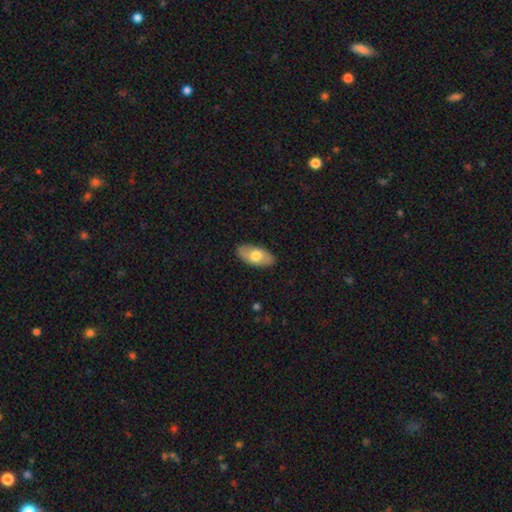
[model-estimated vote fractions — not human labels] Smooth or featured?
  - smooth: 67% *
  - featured or disk: 27%
  - star or artifact: 6%
How rounded?
  - in between: 93% *
  - cigar-shaped: 4%
  - round: 3%
Merging?
  - none: 87% *
  - minor disturbance: 10%
  - major disturbance: 2%
  - merger: 1%